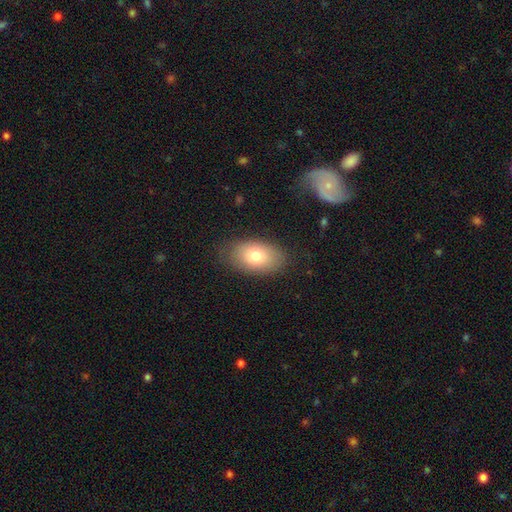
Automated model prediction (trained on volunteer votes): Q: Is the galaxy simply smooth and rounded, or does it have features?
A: smooth — 76%.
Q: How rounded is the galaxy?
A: in between — 89%.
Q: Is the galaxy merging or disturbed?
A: none — 81%.